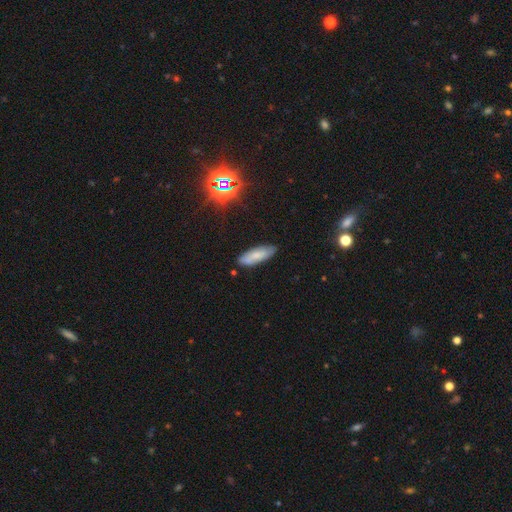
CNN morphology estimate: Smooth or featured? smooth (72%)
How rounded? in between (58%)
Merging? none (83%)